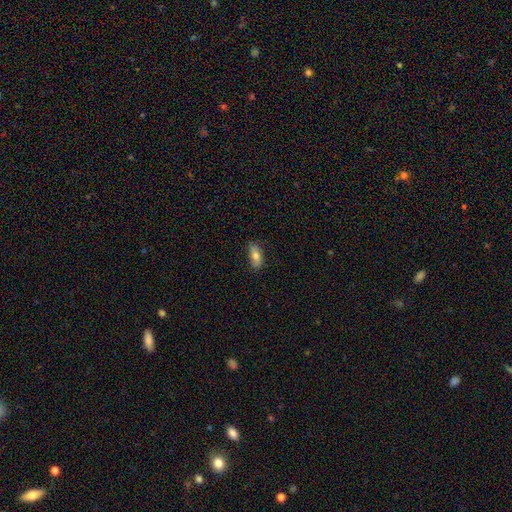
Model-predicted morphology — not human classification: Smooth or featured? Predicted: smooth (p=0.75). How rounded? Predicted: in between (p=0.84). Merging? Predicted: none (p=0.80).